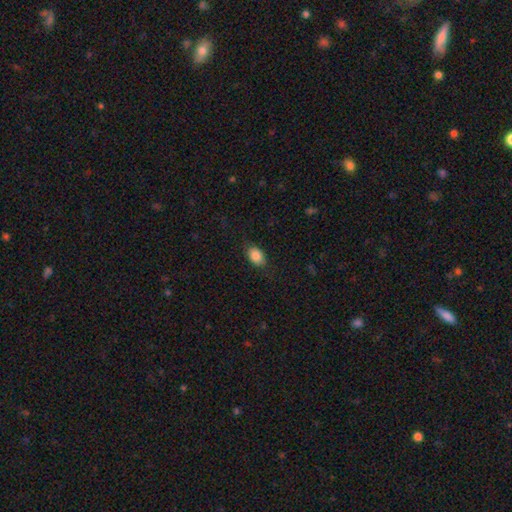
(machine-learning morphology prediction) Overall: smooth (85%). How rounded: in between (81%). Merging: none (80%).